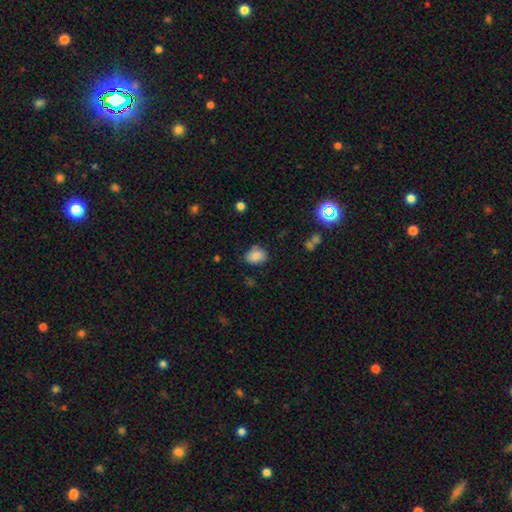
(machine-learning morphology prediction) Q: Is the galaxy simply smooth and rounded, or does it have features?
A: smooth — 85%.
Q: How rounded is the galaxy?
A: in between — 68%.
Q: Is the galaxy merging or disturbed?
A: none — 67%.